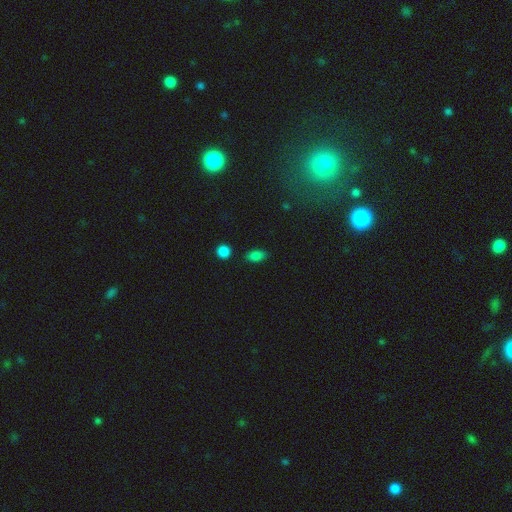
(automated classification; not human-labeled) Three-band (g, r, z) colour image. It shows a smooth galaxy with no disk features (83%) that is in between round and cigar-shaped (88%). Merging: none (81%).